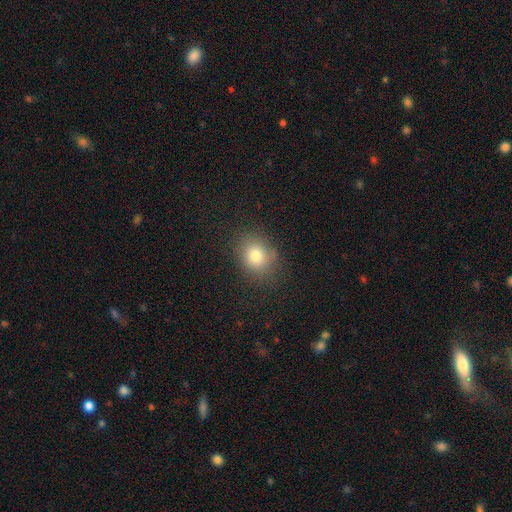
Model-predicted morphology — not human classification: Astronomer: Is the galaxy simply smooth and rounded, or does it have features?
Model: smooth — 79%.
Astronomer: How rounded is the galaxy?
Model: round — 62% (runner-up: in between, 38%).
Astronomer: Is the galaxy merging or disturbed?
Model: none — 82%.